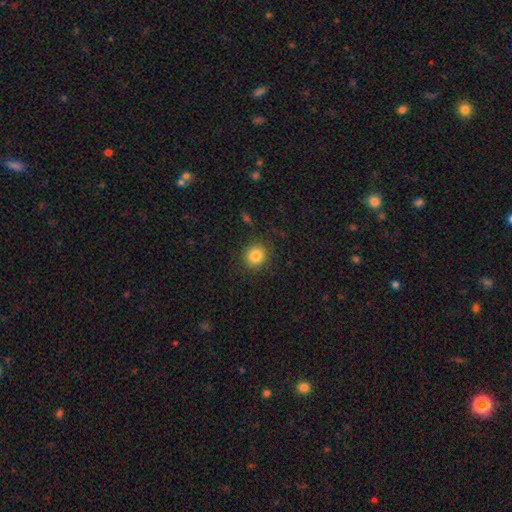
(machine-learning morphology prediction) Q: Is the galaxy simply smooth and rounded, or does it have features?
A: smooth — 83%.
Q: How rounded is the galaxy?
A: round — 88%.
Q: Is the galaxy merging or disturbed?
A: none — 89%.